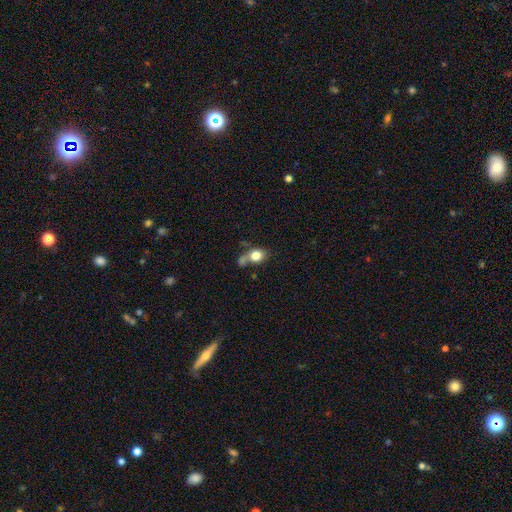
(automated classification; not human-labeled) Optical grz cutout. It shows a smooth galaxy with no disk features (76%) that is round (56%). Merging: none (34%).